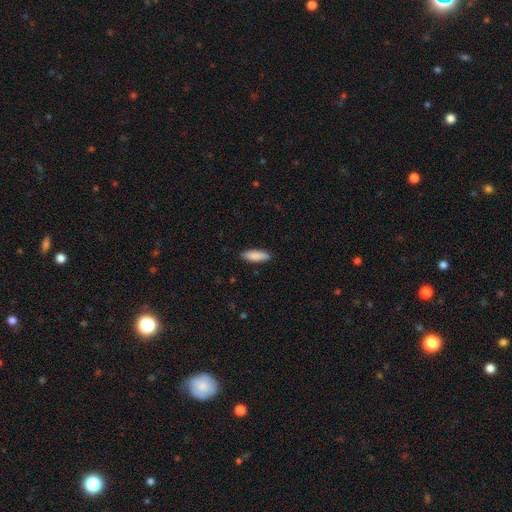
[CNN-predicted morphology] Smooth or featured? Predicted: smooth (p=0.89). How rounded? Predicted: in between (p=0.51). Merging? Predicted: none (p=0.89).